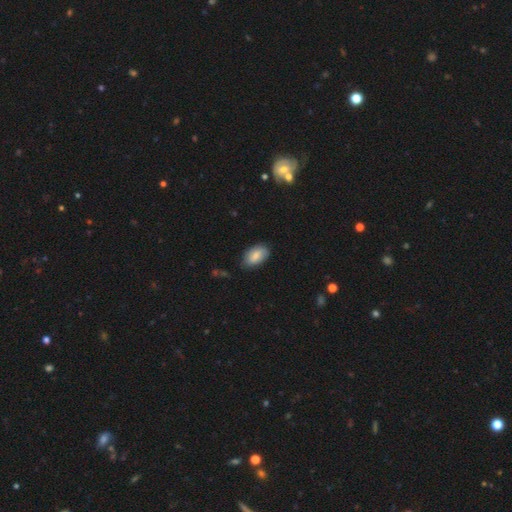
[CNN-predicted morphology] smooth 79%, featured or disk 14%, star or artifact 7%. Down the decision tree: how rounded — in between (93%); merging — none (75%).